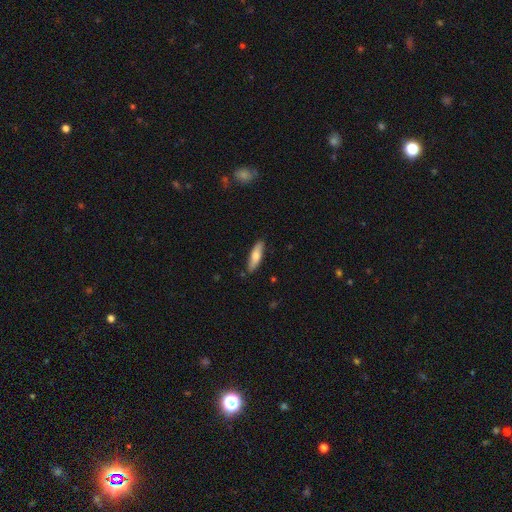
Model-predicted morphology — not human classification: This is likely a smooth galaxy (70%). How rounded: likely cigar-shaped (62%). Merging: clearly none (85%).